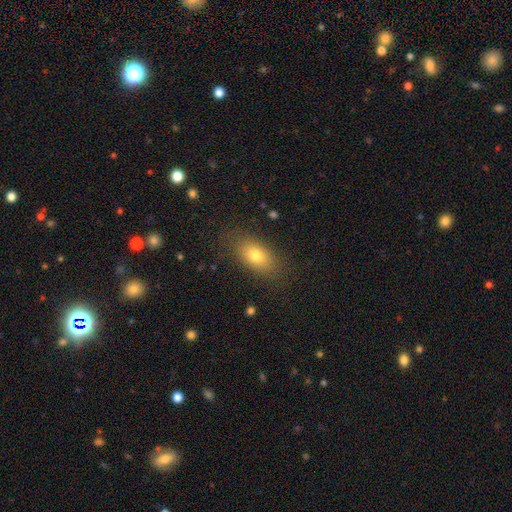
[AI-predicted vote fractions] Smooth or featured? Predicted: smooth (p=0.76). How rounded? Predicted: in between (p=0.86). Merging? Predicted: none (p=0.83).